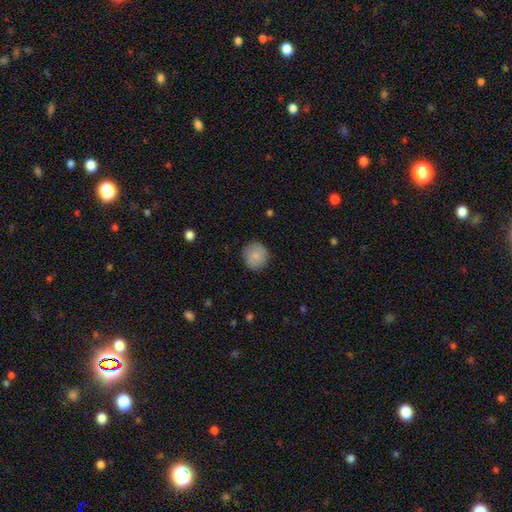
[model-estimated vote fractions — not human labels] Smooth or featured? Predicted: smooth (p=0.84). How rounded? Predicted: round (p=0.93). Merging? Predicted: none (p=0.87).